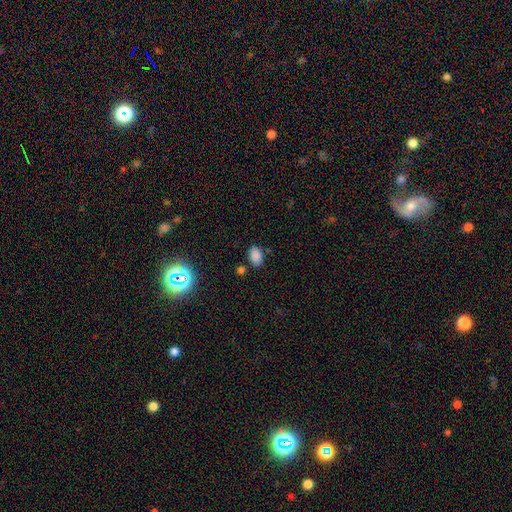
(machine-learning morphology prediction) Smooth or featured? smooth (84%)
How rounded? in between (86%)
Merging? none (77%)